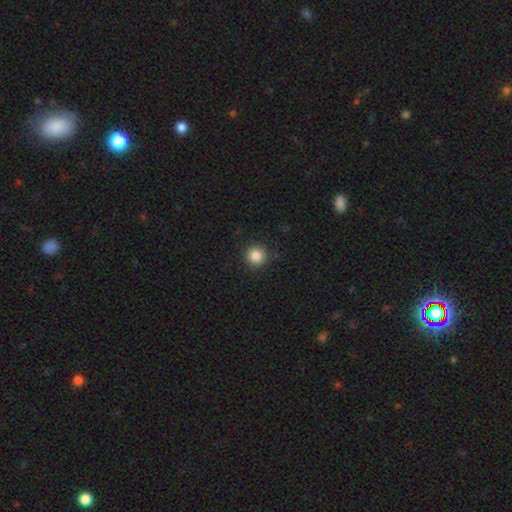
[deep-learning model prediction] Overall: smooth (85%). How rounded: round (95%). Merging: none (91%).